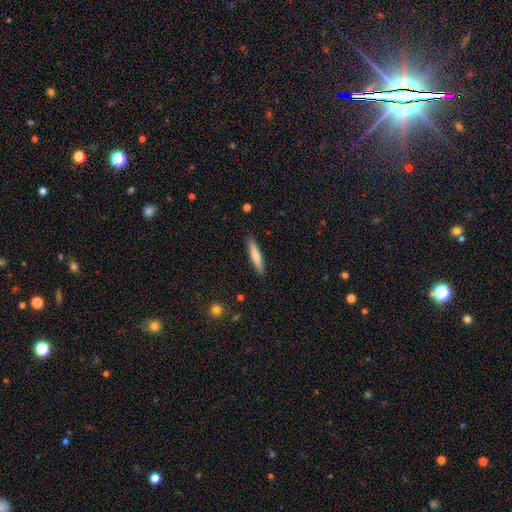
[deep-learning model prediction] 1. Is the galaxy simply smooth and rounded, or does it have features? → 70% smooth, 24% featured or disk, 6% star or artifact.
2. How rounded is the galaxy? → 89% cigar-shaped, 10% in between, 1% round.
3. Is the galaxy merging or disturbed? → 90% none, 7% minor disturbance, 2% major disturbance, 1% merger.